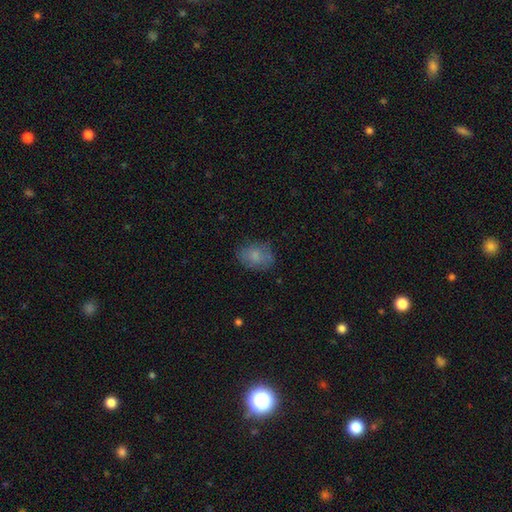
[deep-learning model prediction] smooth 78%, featured or disk 13%, star or artifact 9%. Down the decision tree: how rounded — in between (68%); merging — none (72%).